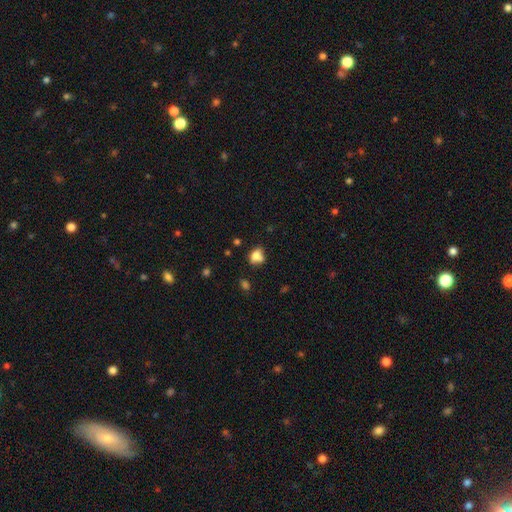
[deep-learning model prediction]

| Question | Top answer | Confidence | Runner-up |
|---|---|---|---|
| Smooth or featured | smooth | 76% | featured or disk (13%) |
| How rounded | in between | 52% | round (47%) |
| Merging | none | 46% | merger (24%) |